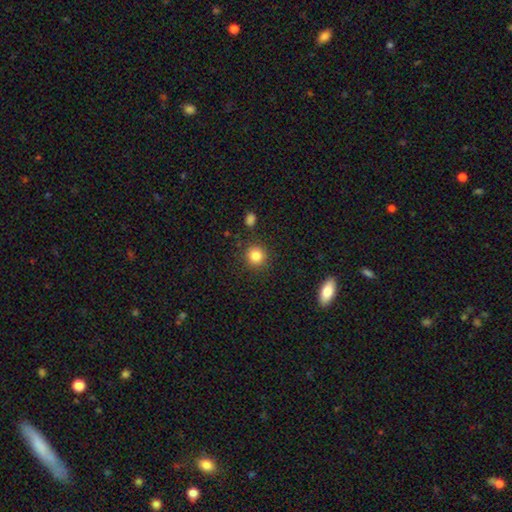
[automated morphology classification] Q: Smooth or featured?
A: smooth (85%); runner-up: star or artifact (11%)
Q: How rounded?
A: round (91%); runner-up: in between (8%)
Q: Merging?
A: none (87%); runner-up: minor disturbance (7%)